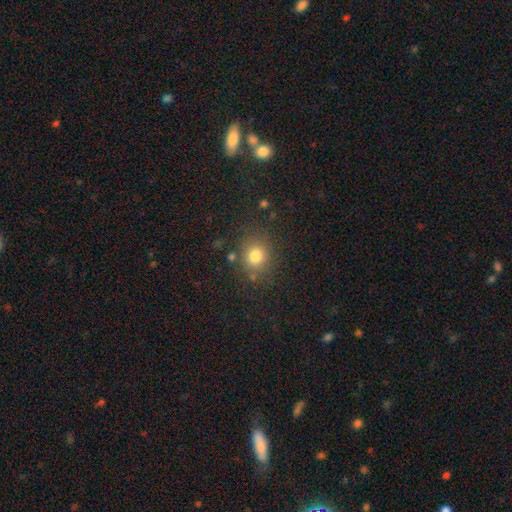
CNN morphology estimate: type=smooth (78%); roundness=round (77%); merging=none (80%).